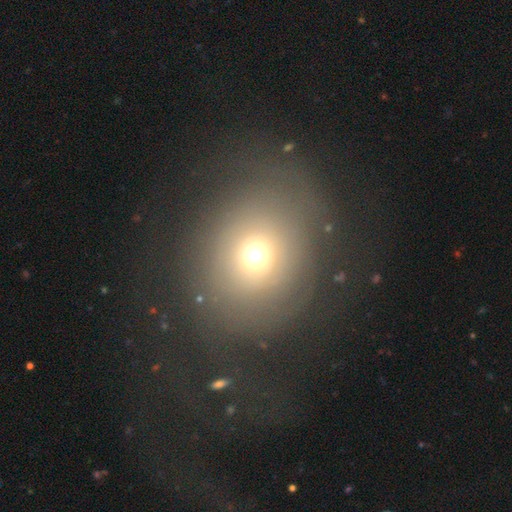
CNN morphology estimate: Q: Smooth or featured?
A: smooth (64%); runner-up: star or artifact (18%)
Q: How rounded?
A: round (71%); runner-up: in between (28%)
Q: Merging?
A: none (71%); runner-up: minor disturbance (14%)